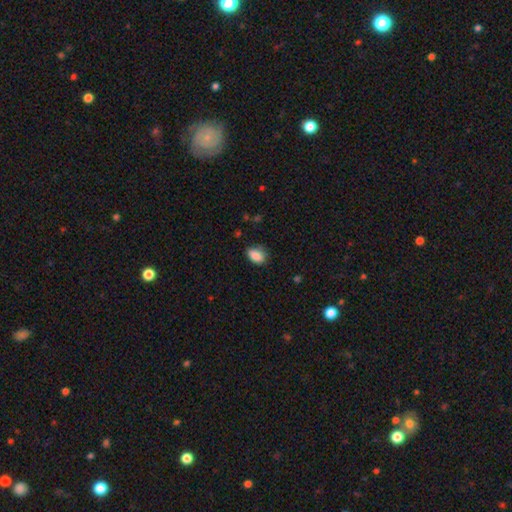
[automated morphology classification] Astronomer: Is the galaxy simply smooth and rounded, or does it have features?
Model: smooth — 88%.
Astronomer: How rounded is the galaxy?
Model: in between — 83%.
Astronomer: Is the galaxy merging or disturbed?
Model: none — 71%.